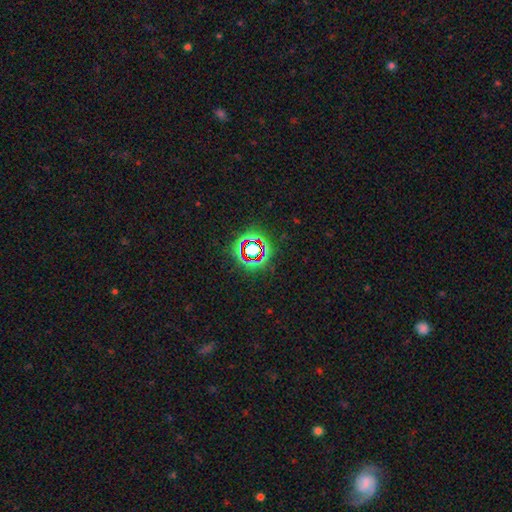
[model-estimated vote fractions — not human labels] Smooth or featured: star or artifact — 70% (smooth — 16%)